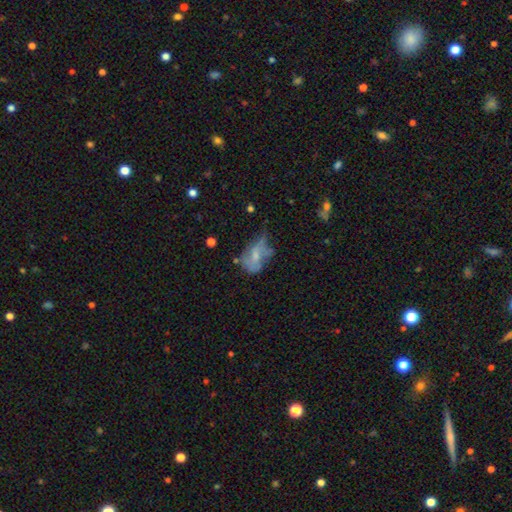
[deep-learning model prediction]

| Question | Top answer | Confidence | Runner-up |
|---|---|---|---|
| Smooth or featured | featured or disk | 47% | smooth (41%) |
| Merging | major disturbance | 33% | minor disturbance (31%) |